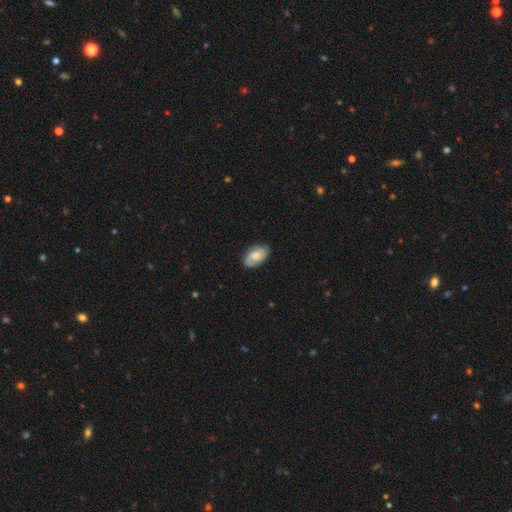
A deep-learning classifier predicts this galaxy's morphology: type=featured or disk (52%); edge-on=no (95%); merging=none (78%).